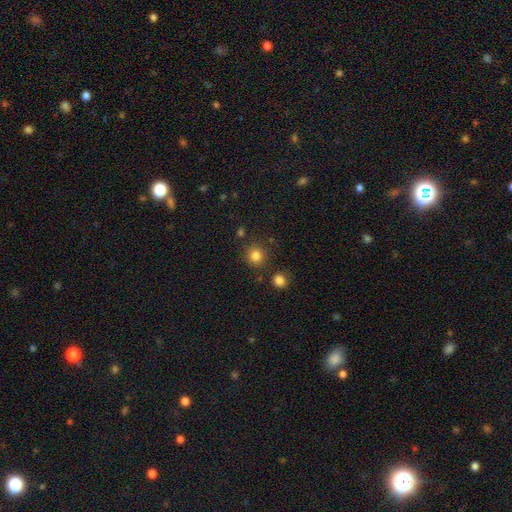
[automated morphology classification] Smooth or featured? smooth (82%)
How rounded? round (92%)
Merging? none (84%)